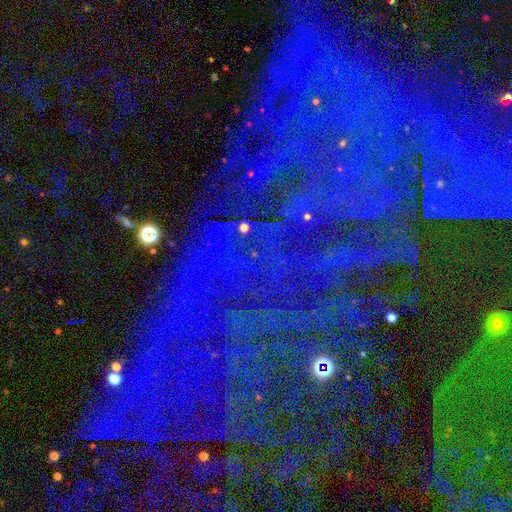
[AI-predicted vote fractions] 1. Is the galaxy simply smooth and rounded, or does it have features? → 80% star or artifact, 12% featured or disk, 8% smooth.